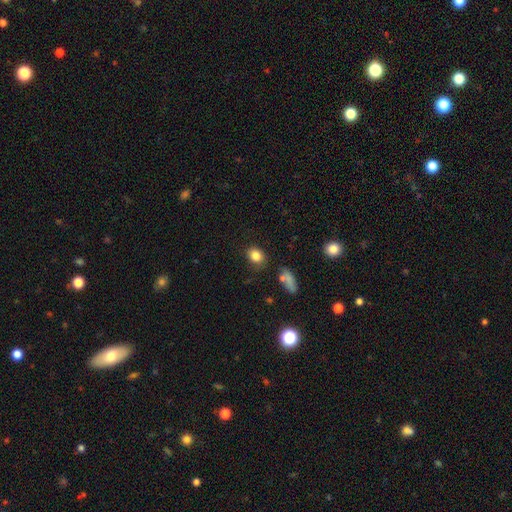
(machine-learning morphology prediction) This appears to be a smooth galaxy with no disk features (83%) that is round (56%). Merging: none (79%).